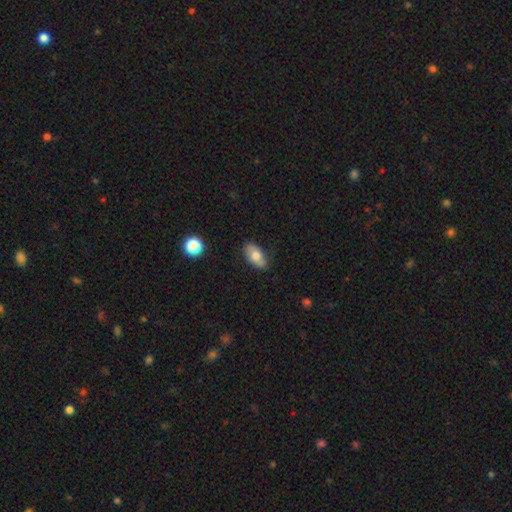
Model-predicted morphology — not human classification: The model was most divided on "smooth or featured": smooth: 72%, featured or disk: 21%, star or artifact: 7%. More confident: how rounded — in between (91%); merging — none (82%).